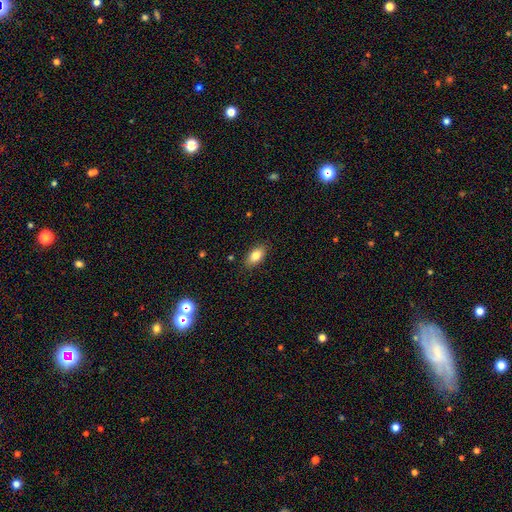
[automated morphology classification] This appears to be a smooth galaxy with no disk features (82%) that is in between round and cigar-shaped (91%). Merging: none (87%).